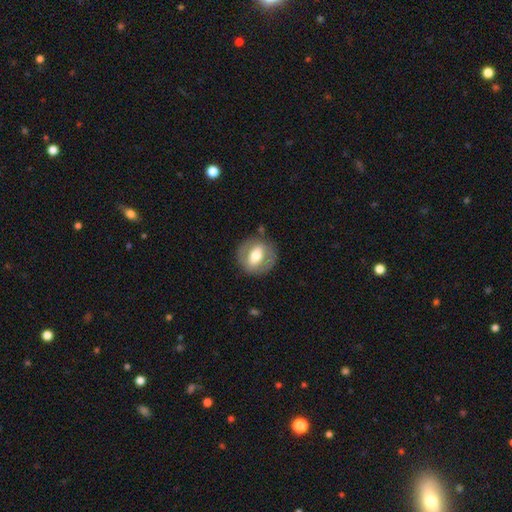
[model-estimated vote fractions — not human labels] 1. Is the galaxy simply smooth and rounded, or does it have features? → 49% smooth, 45% featured or disk, 6% star or artifact.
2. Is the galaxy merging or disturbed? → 81% none, 12% minor disturbance, 5% major disturbance, 2% merger.